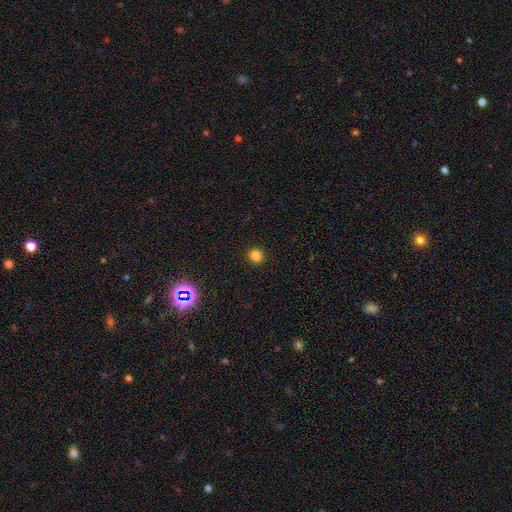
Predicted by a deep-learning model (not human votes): smooth_or_featured: smooth (p=0.82) [alt: star or artifact p=0.13]
how_rounded: round (p=0.90) [alt: in between p=0.09]
merging: none (p=0.92) [alt: minor disturbance p=0.05]